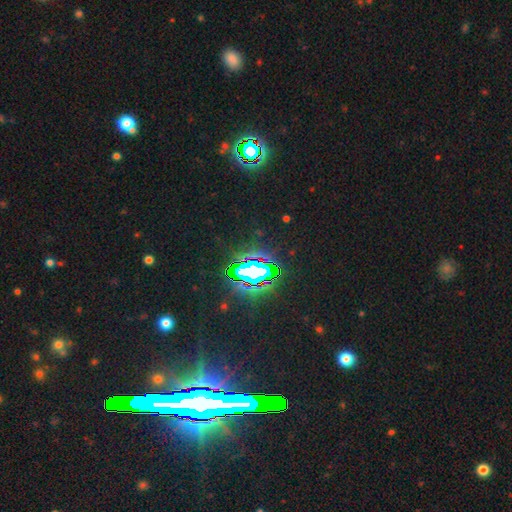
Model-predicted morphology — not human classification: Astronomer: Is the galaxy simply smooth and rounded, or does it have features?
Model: star or artifact — 82%.